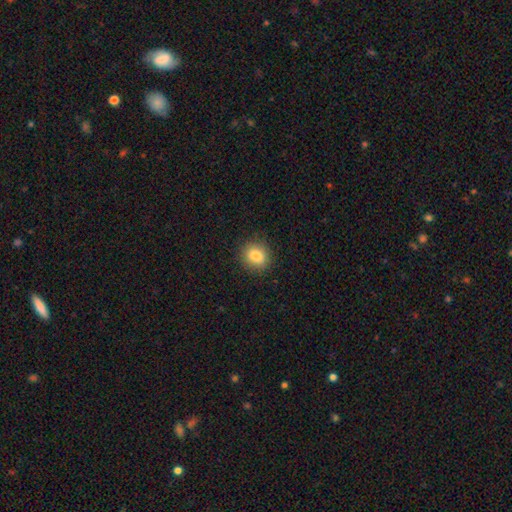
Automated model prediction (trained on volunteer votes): This is clearly a smooth galaxy (84%). How rounded: likely round (70%). Merging: clearly none (89%).